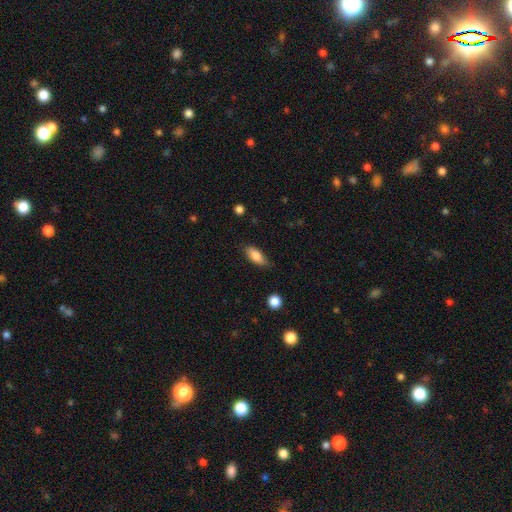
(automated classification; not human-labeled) smooth_or_featured: smooth (p=0.81) [alt: featured or disk p=0.12]
how_rounded: in between (p=0.82) [alt: cigar-shaped p=0.15]
merging: none (p=0.74) [alt: minor disturbance p=0.21]